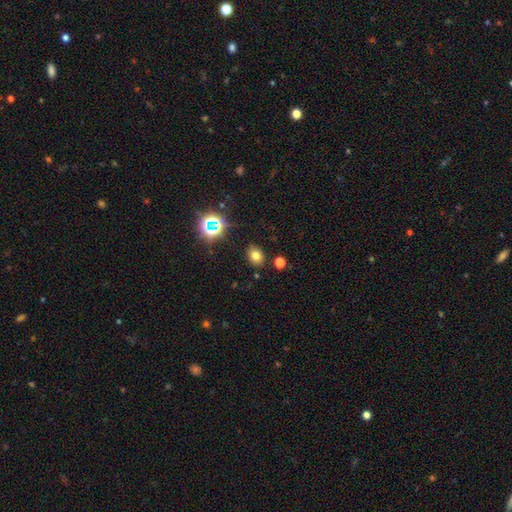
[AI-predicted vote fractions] smooth-or-featured: smooth: 72% | star or artifact: 19% | featured or disk: 8%
  how-rounded: in between: 56% | round: 43% | cigar-shaped: 1%
  merging: none: 85% | minor disturbance: 9% | merger: 3% | major disturbance: 3%